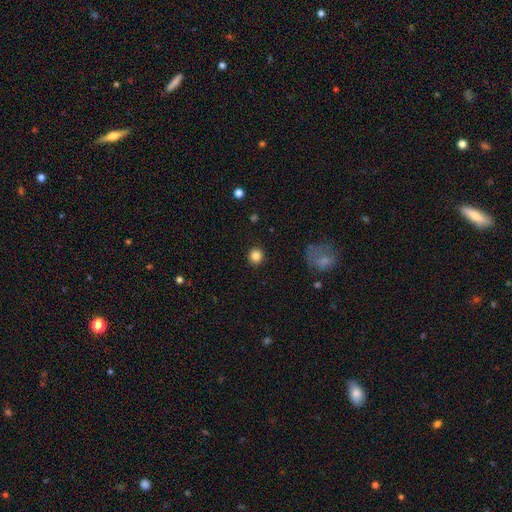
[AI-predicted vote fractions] This appears to be a smooth galaxy with no disk features (84%) that is round (93%). Merging: none (92%).